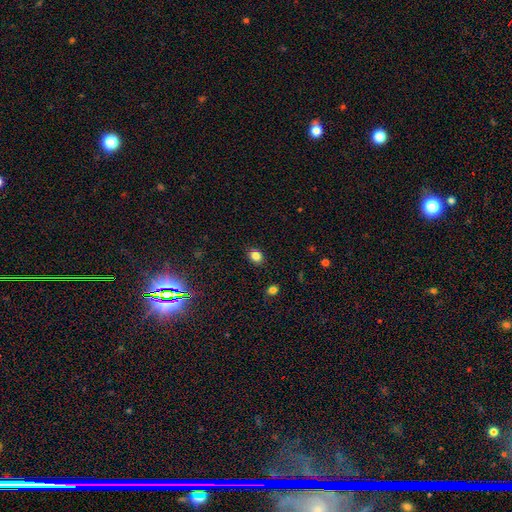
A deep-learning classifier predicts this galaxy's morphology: Smooth or featured? smooth (84%)
How rounded? in between (51%)
Merging? none (88%)